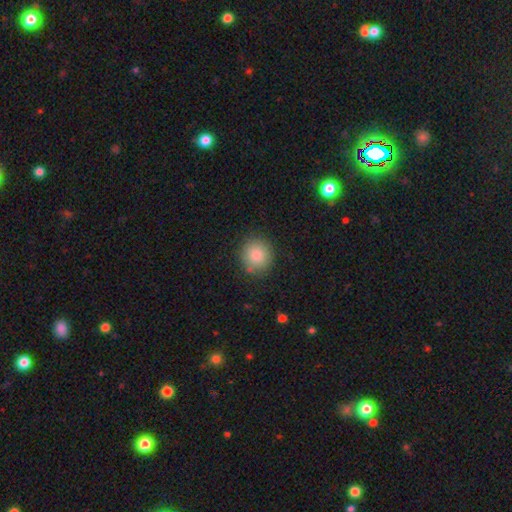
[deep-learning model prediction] Q: Smooth or featured?
A: smooth (84%); runner-up: star or artifact (10%)
Q: How rounded?
A: round (89%); runner-up: in between (10%)
Q: Merging?
A: none (86%); runner-up: minor disturbance (9%)